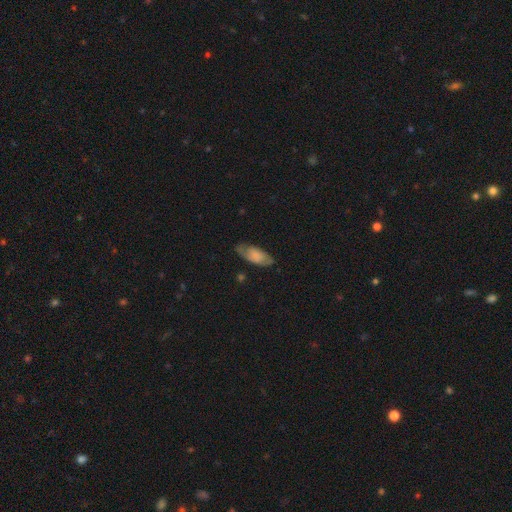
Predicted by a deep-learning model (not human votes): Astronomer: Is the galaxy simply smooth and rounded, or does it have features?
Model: smooth — 67%.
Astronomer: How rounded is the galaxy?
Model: in between — 85%.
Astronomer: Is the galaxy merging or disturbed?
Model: none — 69%.